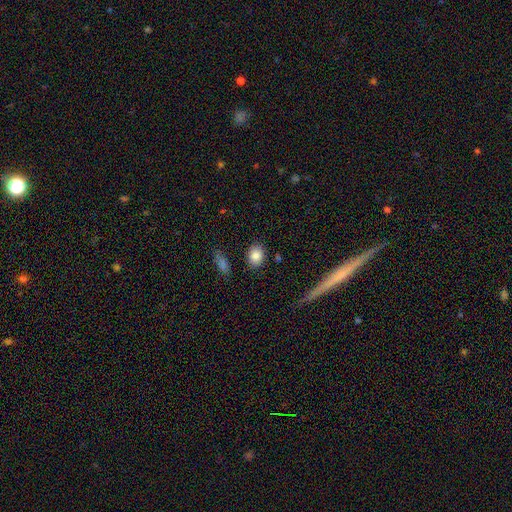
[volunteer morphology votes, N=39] Smooth or featured?
  - smooth: 87% *
  - star or artifact: 8%
  - featured or disk: 5%
How rounded?
  - round: 59% *
  - in between: 41%
  - cigar-shaped: 0%
Merging?
  - none: 92% *
  - minor disturbance: 6%
  - merger: 3%
  - major disturbance: 0%